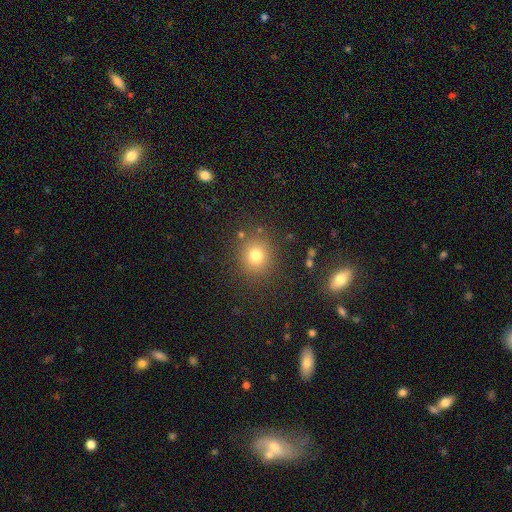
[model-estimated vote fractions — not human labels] smooth 76%, star or artifact 16%, featured or disk 8%. Down the decision tree: how rounded — round (86%); merging — none (85%).